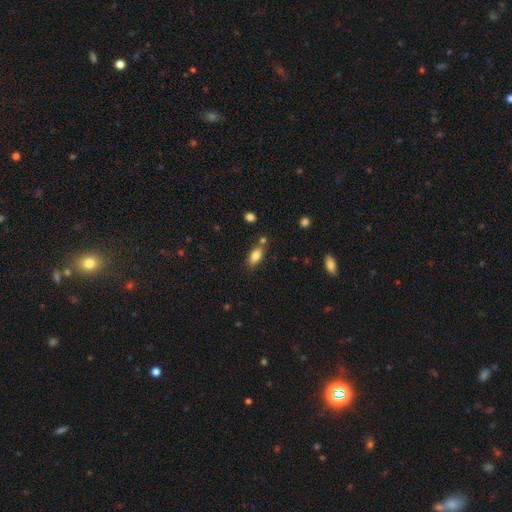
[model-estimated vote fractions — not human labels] smooth_or_featured: smooth (p=0.82) [alt: featured or disk p=0.10]
how_rounded: in between (p=0.88) [alt: cigar-shaped p=0.08]
merging: none (p=0.70) [alt: minor disturbance p=0.14]